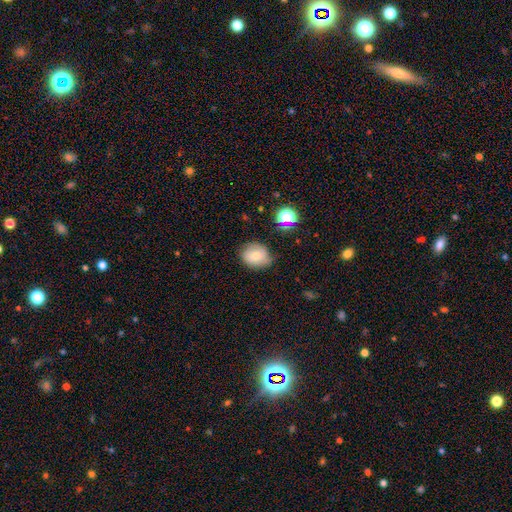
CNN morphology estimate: smooth_or_featured: smooth (p=0.69) [alt: featured or disk p=0.19]
how_rounded: round (p=0.56) [alt: in between p=0.43]
merging: none (p=0.66) [alt: minor disturbance p=0.26]